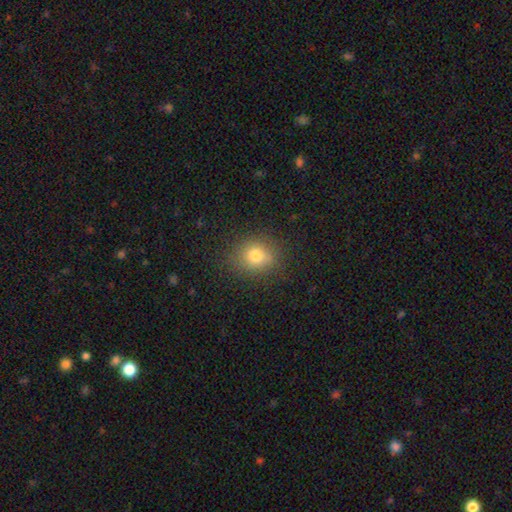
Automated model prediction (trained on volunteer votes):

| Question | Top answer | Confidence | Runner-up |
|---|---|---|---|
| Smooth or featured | smooth | 78% | star or artifact (14%) |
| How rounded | round | 69% | in between (30%) |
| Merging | none | 83% | minor disturbance (12%) |